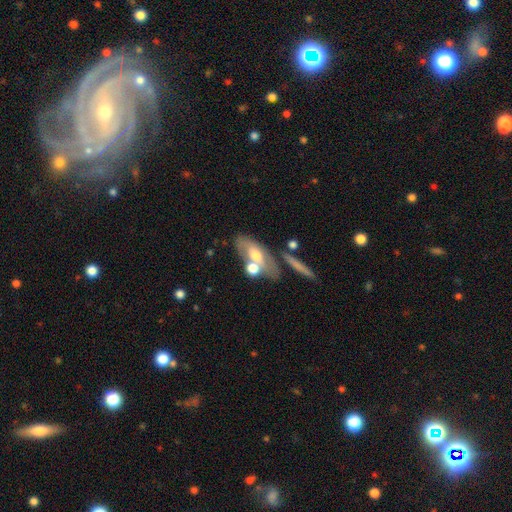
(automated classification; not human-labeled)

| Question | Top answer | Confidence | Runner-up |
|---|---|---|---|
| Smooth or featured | smooth | 50% | featured or disk (41%) |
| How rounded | in between | 75% | cigar-shaped (16%) |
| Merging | none | 45% | merger (30%) |